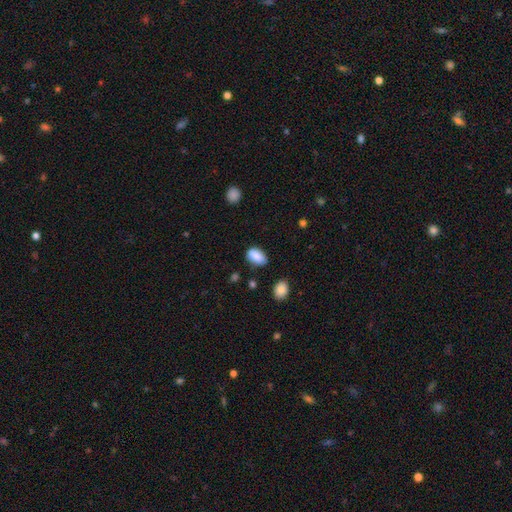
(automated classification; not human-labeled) smooth-or-featured: smooth: 85% | star or artifact: 8% | featured or disk: 7%
  how-rounded: in between: 88% | round: 10% | cigar-shaped: 2%
  merging: none: 65% | minor disturbance: 25% | major disturbance: 6% | merger: 4%